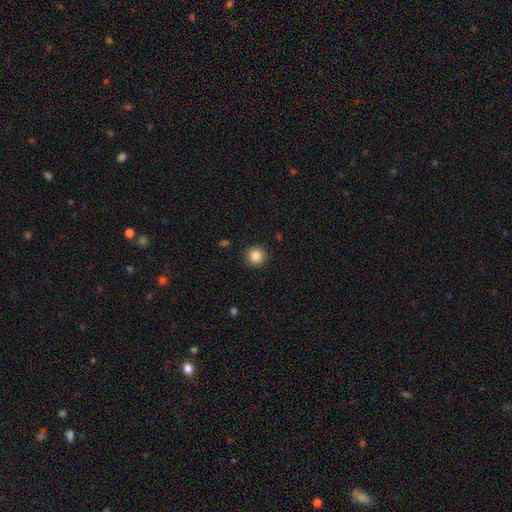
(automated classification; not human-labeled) Smooth or featured? Predicted: smooth (p=0.85). How rounded? Predicted: round (p=0.95). Merging? Predicted: none (p=0.92).